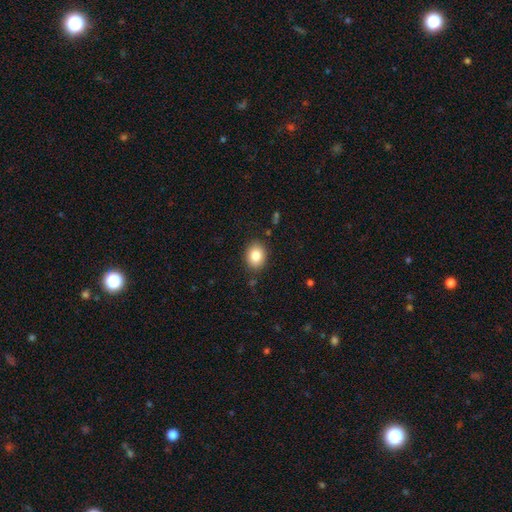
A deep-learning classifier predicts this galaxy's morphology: Smooth or featured? Predicted: smooth (p=0.84). How rounded? Predicted: in between (p=0.60). Merging? Predicted: none (p=0.87).